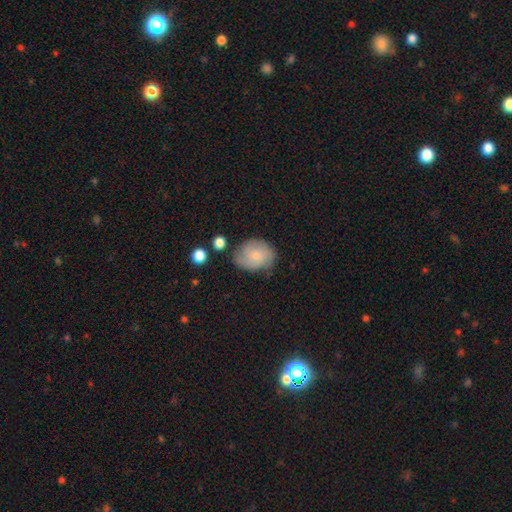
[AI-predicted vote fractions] Overall: smooth (59%; featured or disk 33%). How rounded: in between (50%; round 49%). Merging: none (64%; minor disturbance 26%).